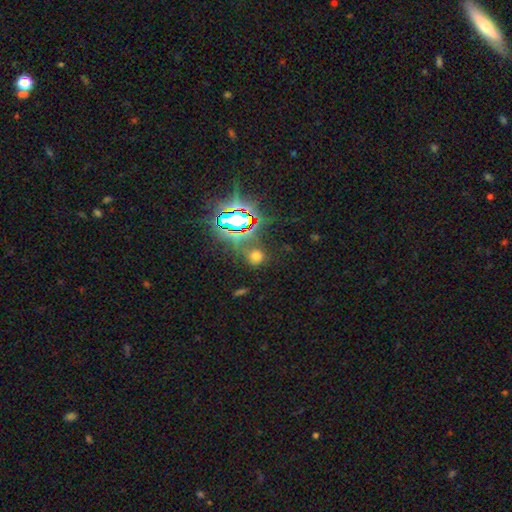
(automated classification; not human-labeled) This appears to be a smooth galaxy with no disk features (52%) that is round (82%). Merging: none (71%).